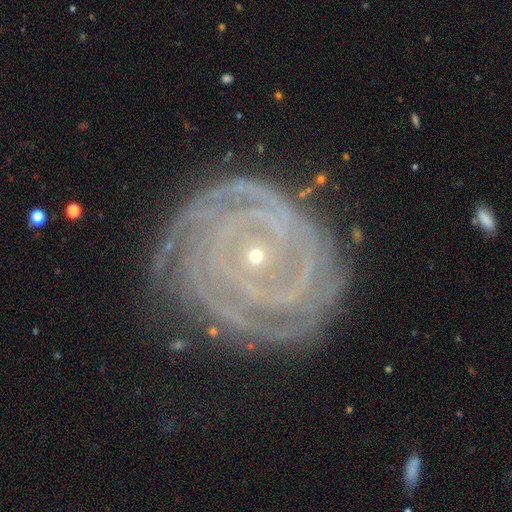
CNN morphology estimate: Q: Smooth or featured?
A: featured or disk (91%); runner-up: star or artifact (6%)
Q: Edge-on disk?
A: no (97%); runner-up: yes (3%)
Q: Bar?
A: no (66%); runner-up: weak (20%)
Q: Spiral arms?
A: yes (98%); runner-up: no (2%)
Q: Spiral winding?
A: tight (90%); runner-up: medium (9%)
Q: Spiral arm count?
A: 3 (20%); runner-up: 4 (19%)
Q: Bulge size?
A: small (87%); runner-up: moderate (10%)
Q: Merging?
A: none (77%); runner-up: minor disturbance (17%)